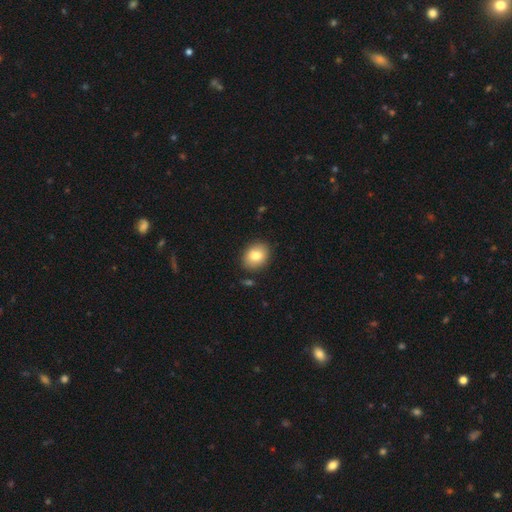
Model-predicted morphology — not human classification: This is clearly a smooth galaxy (82%). How rounded: possibly in between (56%). Merging: clearly none (87%).